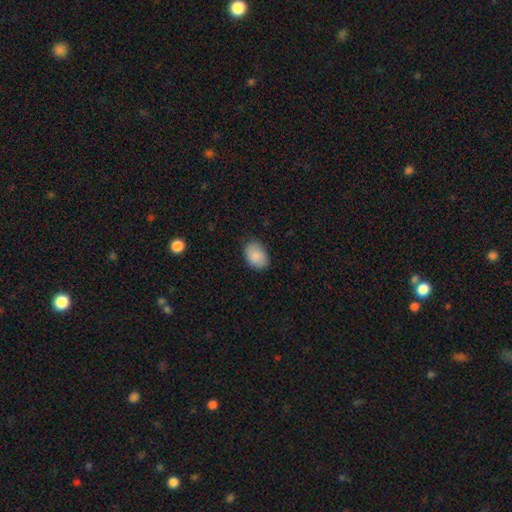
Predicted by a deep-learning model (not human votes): Smooth or featured? Predicted: smooth (p=0.88). How rounded? Predicted: in between (p=0.81). Merging? Predicted: none (p=0.83).